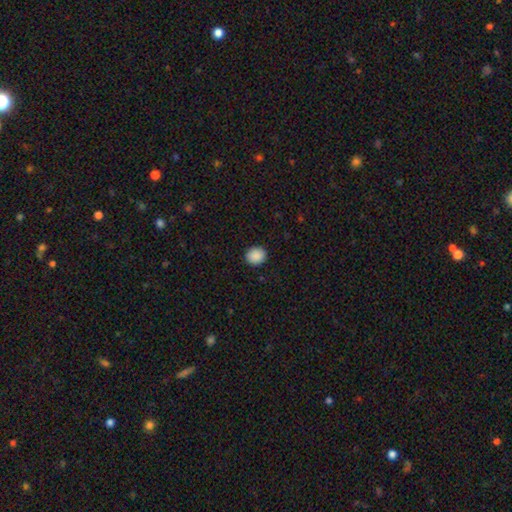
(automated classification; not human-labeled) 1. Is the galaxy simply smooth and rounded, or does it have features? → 89% smooth, 8% star or artifact, 2% featured or disk.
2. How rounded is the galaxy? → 83% round, 16% in between, 1% cigar-shaped.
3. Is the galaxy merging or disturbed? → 91% none, 6% minor disturbance, 2% major disturbance, 1% merger.